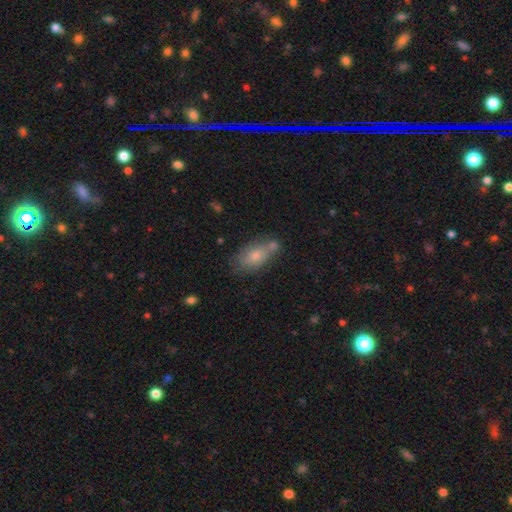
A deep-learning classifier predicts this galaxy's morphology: Smooth or featured?
  - smooth: 73% *
  - featured or disk: 19%
  - star or artifact: 8%
How rounded?
  - in between: 87% *
  - round: 7%
  - cigar-shaped: 6%
Merging?
  - none: 46% *
  - merger: 27%
  - minor disturbance: 20%
  - major disturbance: 7%